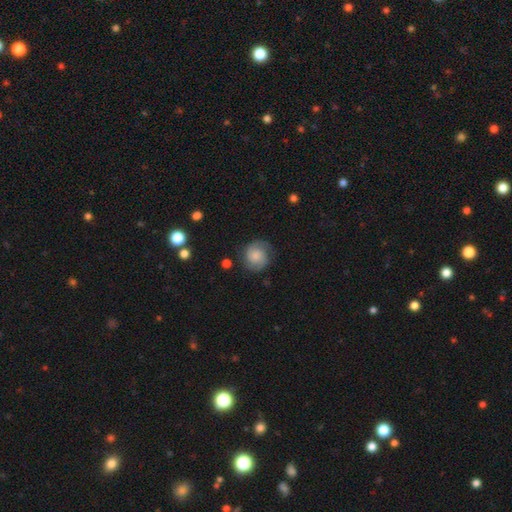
smooth 47% (tied), featured or disk 47% (tied), star or artifact 5%. Down the decision tree: how rounded — round (100%); merging — none (83%).